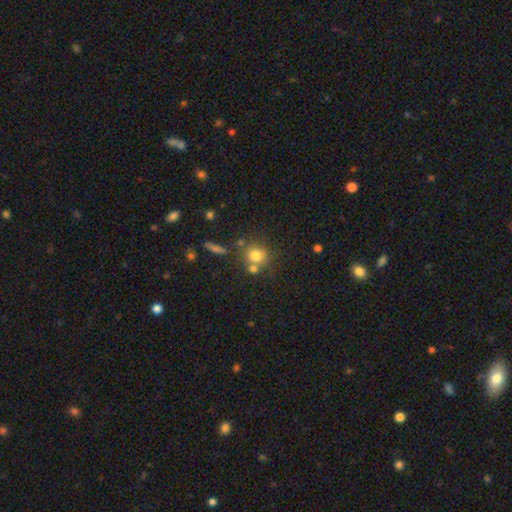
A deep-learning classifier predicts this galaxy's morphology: A smooth galaxy with no disk features (78%) that is round (85%). Merging: none (61%).